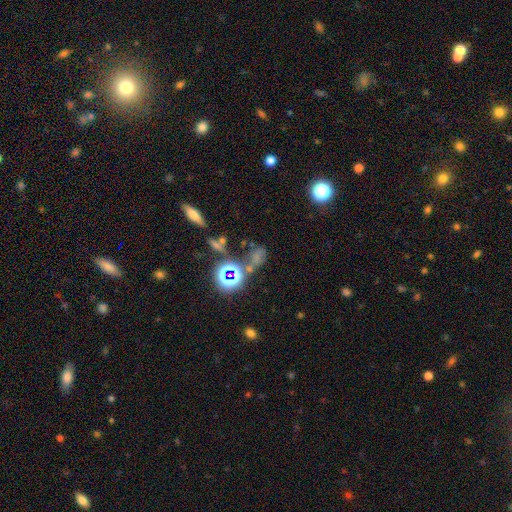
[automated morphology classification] star or artifact 46%, smooth 40%, featured or disk 13%.